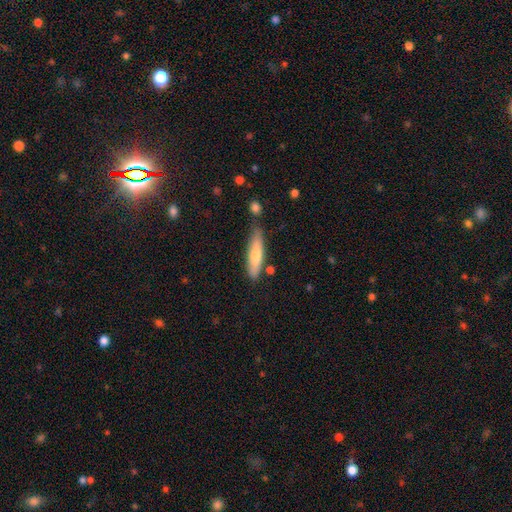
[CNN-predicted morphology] A smooth galaxy with no disk features (65%) that is cigar-shaped (73%). Merging: none (73%).